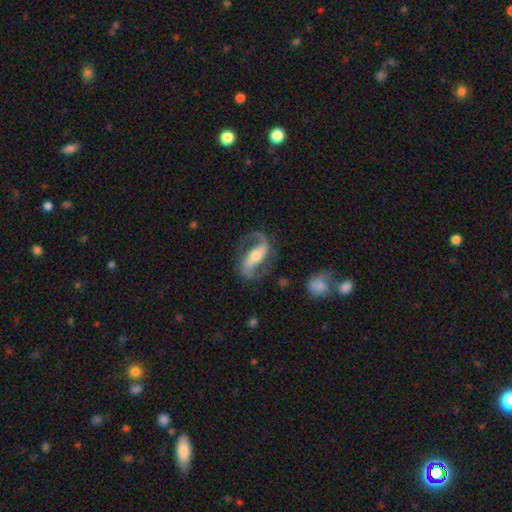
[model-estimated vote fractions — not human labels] The model was most divided on "spiral winding": loose: 48%, medium: 40%, tight: 12%. More confident: spiral arms — yes (95%); edge-on disk — no (93%); spiral arm count — 2 (88%); smooth or featured — featured or disk (87%); merging — none (73%); bulge size — moderate (62%); bar — strong (57%).